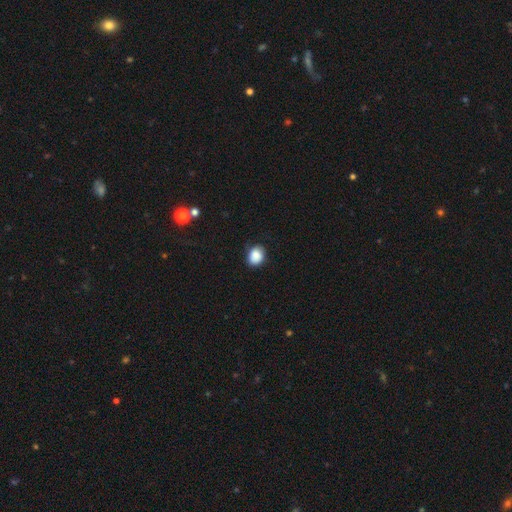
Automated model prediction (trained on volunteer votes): This appears to be a smooth galaxy with no disk features (86%) that is round (56%). Merging: none (75%).